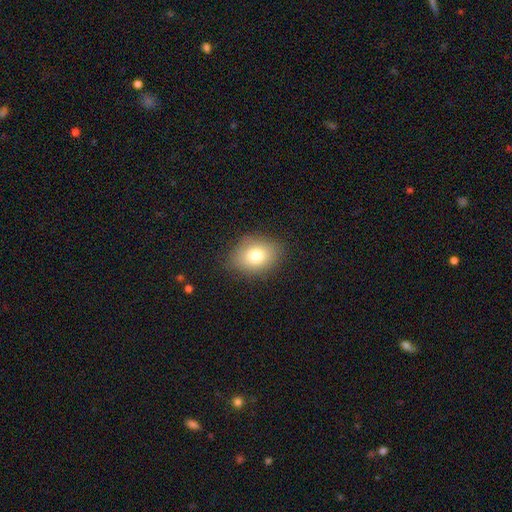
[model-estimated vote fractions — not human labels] This is likely a smooth galaxy (78%). How rounded: likely in between (69%). Merging: clearly none (83%).